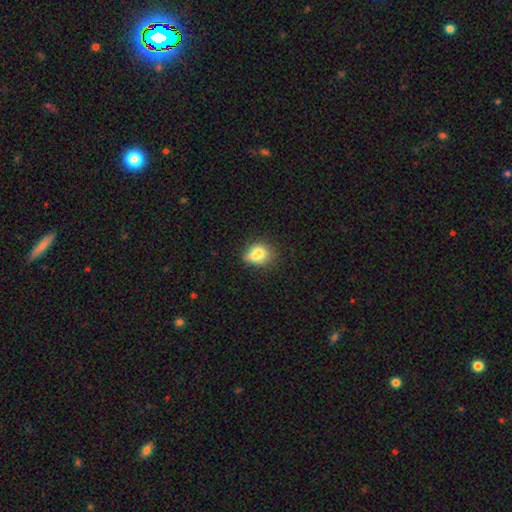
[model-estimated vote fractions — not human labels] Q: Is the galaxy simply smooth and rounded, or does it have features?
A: smooth — 78%.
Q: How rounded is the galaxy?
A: in between — 58%.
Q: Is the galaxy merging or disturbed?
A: none — 54%.